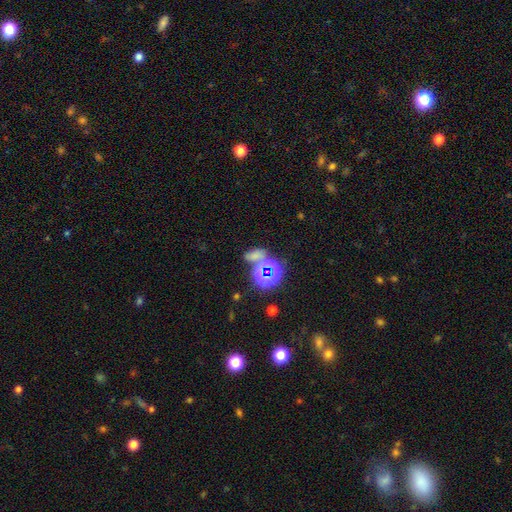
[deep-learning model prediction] This appears to be a star or artifact, not a galaxy (45%).